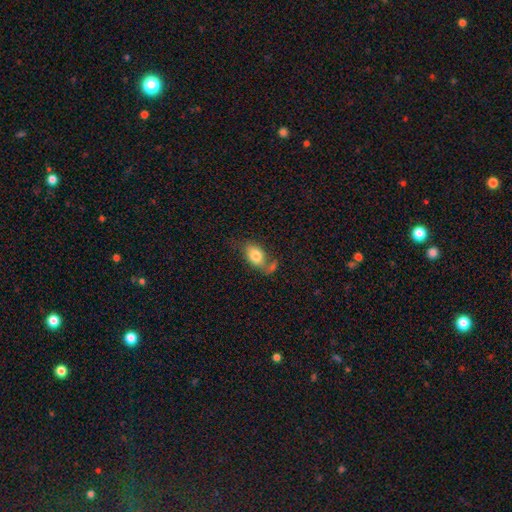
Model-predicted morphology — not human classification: smooth 78%, featured or disk 15%, star or artifact 8%. Down the decision tree: how rounded — in between (86%); merging — none (45%).